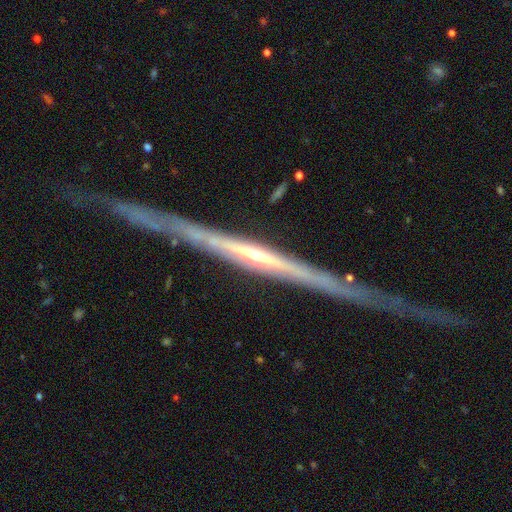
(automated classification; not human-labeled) Q: Smooth or featured?
A: featured or disk (86%); runner-up: smooth (8%)
Q: Edge-on disk?
A: yes (96%); runner-up: no (4%)
Q: Edge-on bulge?
A: rounded (48%); runner-up: none (41%)
Q: Merging?
A: none (72%); runner-up: minor disturbance (19%)